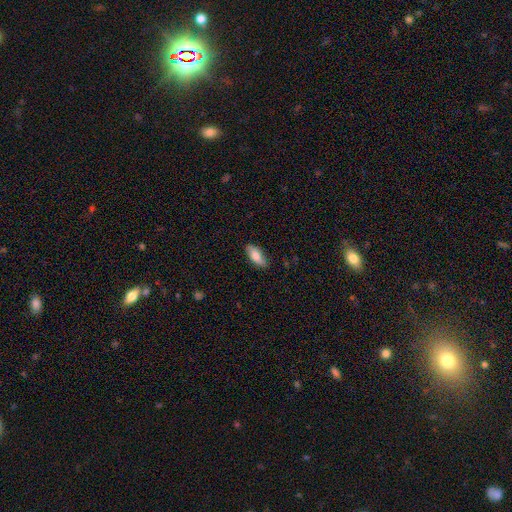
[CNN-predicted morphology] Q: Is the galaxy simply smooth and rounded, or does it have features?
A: smooth — 79%.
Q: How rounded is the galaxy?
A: in between — 79%.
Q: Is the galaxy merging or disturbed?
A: none — 80%.